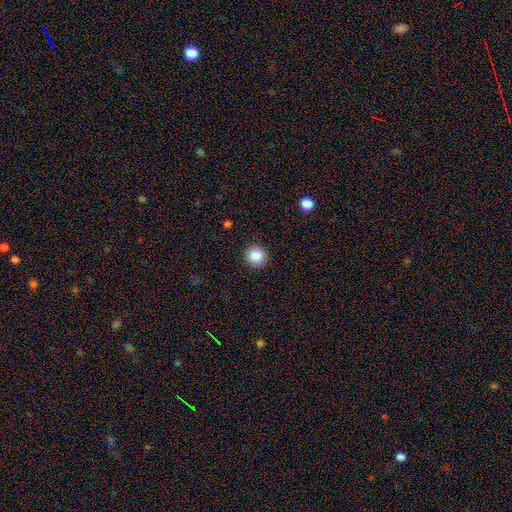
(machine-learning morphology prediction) smooth_or_featured: smooth (p=0.84) [alt: star or artifact p=0.10]
how_rounded: round (p=0.94) [alt: in between p=0.05]
merging: none (p=0.92) [alt: minor disturbance p=0.05]